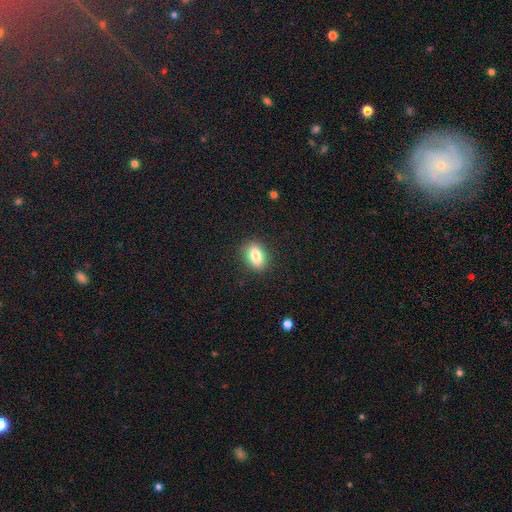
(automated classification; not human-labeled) Morphology: type=smooth (82%); roundness=in between (81%); merging=none (87%).